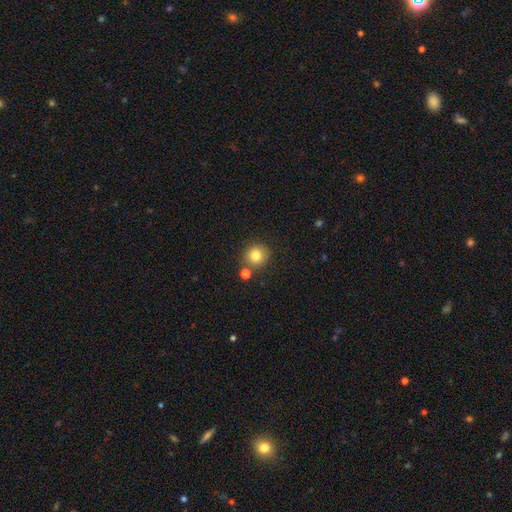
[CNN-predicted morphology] smooth 81%, star or artifact 12%, featured or disk 8%. Down the decision tree: how rounded — round (90%); merging — none (77%).